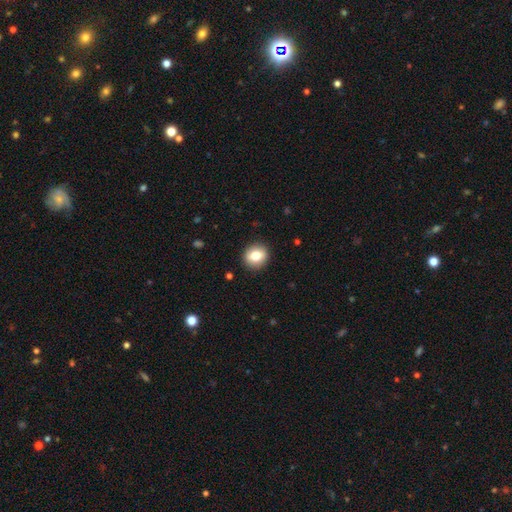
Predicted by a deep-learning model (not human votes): smooth 78%, featured or disk 14%, star or artifact 9%. Down the decision tree: how rounded — round (80%); merging — none (90%).